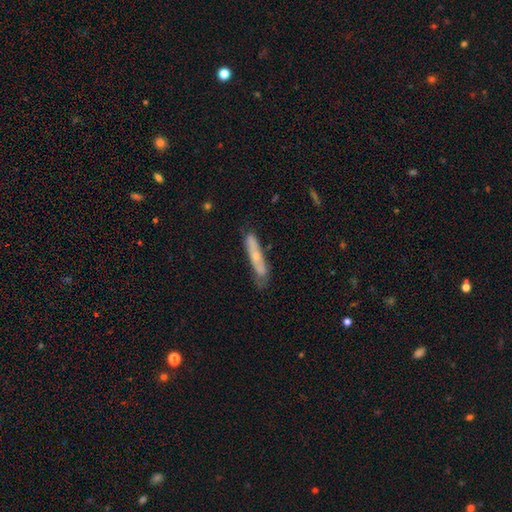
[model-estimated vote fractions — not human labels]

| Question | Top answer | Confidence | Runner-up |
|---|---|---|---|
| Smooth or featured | featured or disk | 52% | smooth (40%) |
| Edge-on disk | yes | 60% | no (40%) |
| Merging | none | 64% | minor disturbance (25%) |